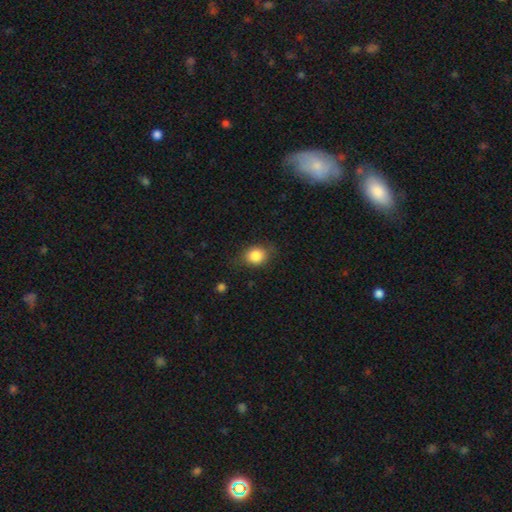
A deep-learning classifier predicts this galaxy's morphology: Smooth or featured: smooth — 84% (star or artifact — 9%)
How rounded: round — 55% (in between — 44%)
Merging: none — 77% (minor disturbance — 17%)